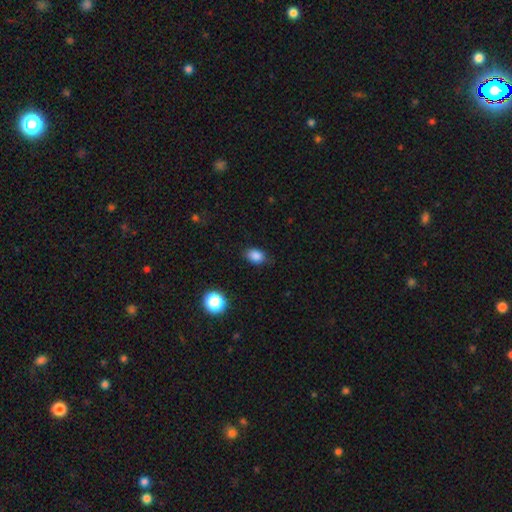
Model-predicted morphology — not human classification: smooth 85%, star or artifact 11%, featured or disk 4%. Down the decision tree: how rounded — in between (75%); merging — none (82%).